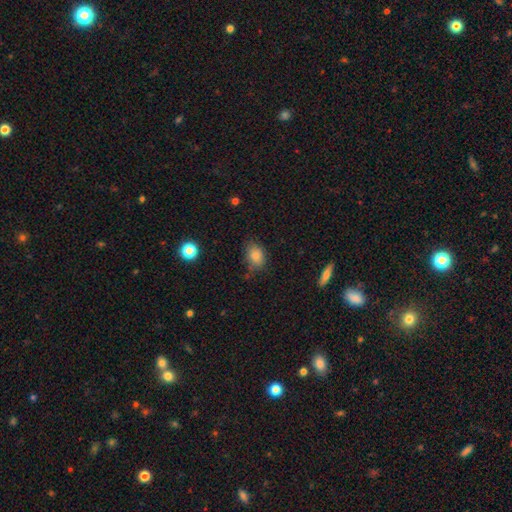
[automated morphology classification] smooth-or-featured: smooth: 82% | star or artifact: 11% | featured or disk: 7%
  how-rounded: in between: 69% | round: 30% | cigar-shaped: 1%
  merging: none: 68% | minor disturbance: 24% | major disturbance: 6% | merger: 3%